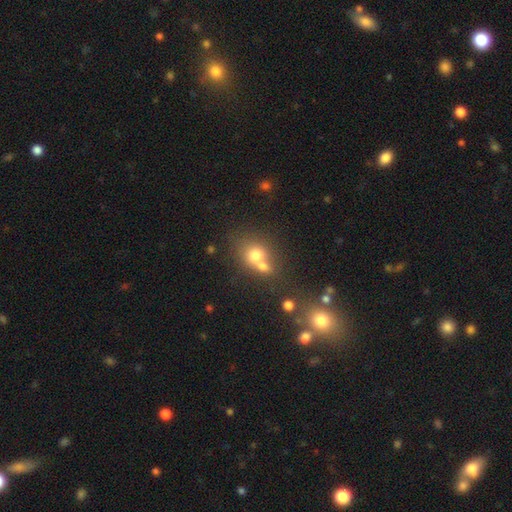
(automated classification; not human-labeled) Smooth or featured? Predicted: smooth (p=0.68). How rounded? Predicted: round (p=0.70). Merging? Predicted: merger (p=0.53).